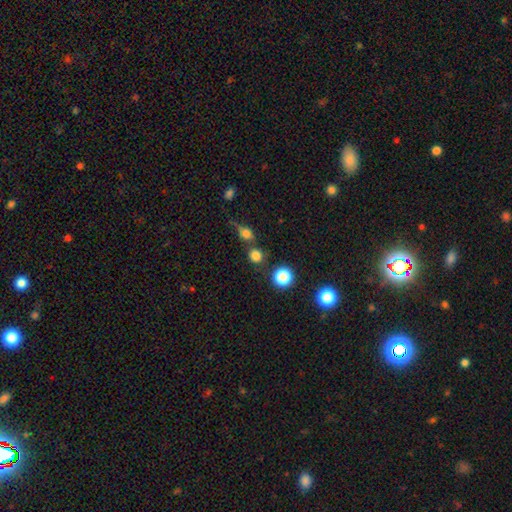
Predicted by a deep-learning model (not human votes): A smooth galaxy with no disk features (77%) that is round (85%).

Vote fractions:
- Smooth or featured? smooth: 77% / star or artifact: 17% / featured or disk: 6%
- How rounded? round: 85% / in between: 13% / cigar-shaped: 2%
- Merging? none: 69% / merger: 16% / minor disturbance: 10% / major disturbance: 5%